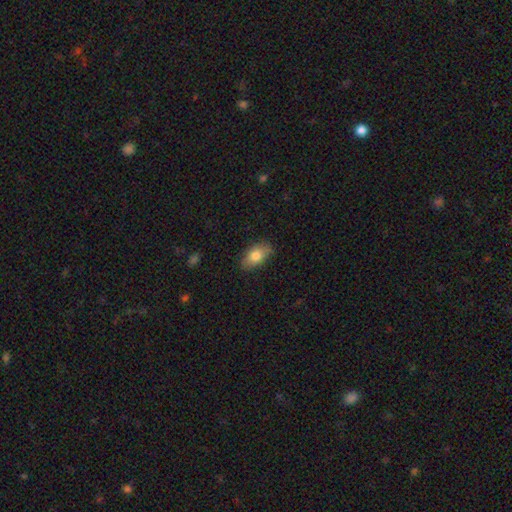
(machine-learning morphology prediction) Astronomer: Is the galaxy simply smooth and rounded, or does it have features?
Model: smooth — 79%.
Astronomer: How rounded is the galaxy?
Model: in between — 90%.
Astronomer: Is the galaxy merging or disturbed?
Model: none — 83%.